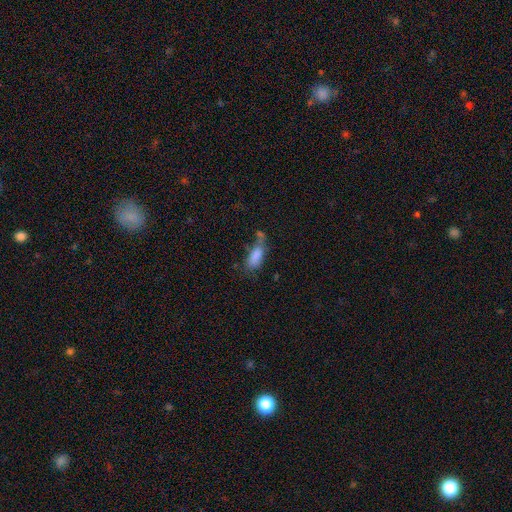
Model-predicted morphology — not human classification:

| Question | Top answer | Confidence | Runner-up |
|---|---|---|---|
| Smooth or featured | smooth | 79% | featured or disk (12%) |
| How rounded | in between | 75% | cigar-shaped (22%) |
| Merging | none | 34% | minor disturbance (26%) |